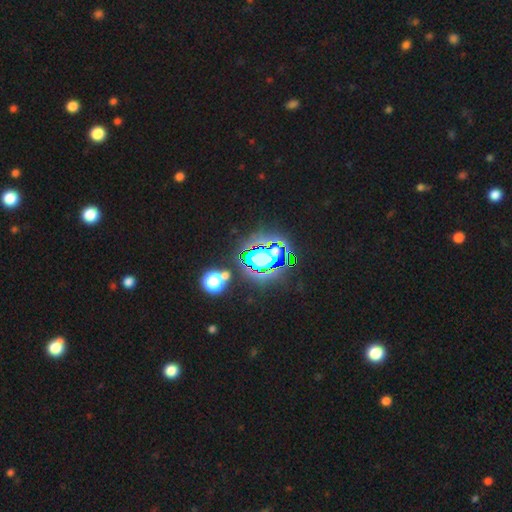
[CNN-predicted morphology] Overall: star or artifact (66%).